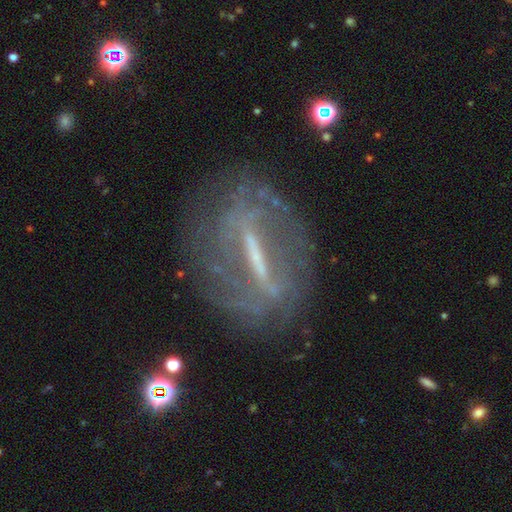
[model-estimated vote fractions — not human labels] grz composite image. It shows a featured or disk galaxy (79%) with a strong bar (76%), spiral arms (59%) and a small central bulge (39%). Merging: none (73%).